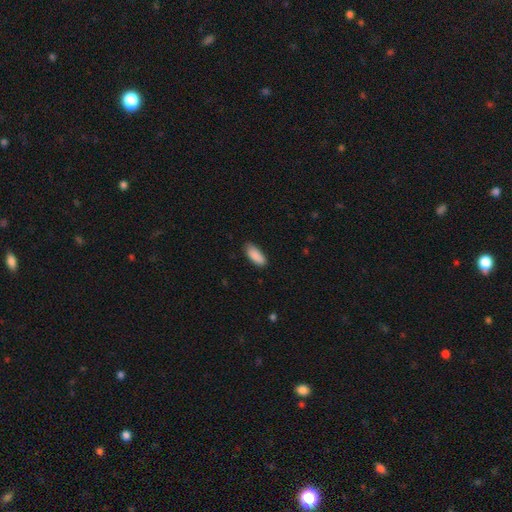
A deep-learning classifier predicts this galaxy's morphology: The model was most divided on "how rounded": in between: 82%, cigar-shaped: 16%, round: 2%. More confident: smooth or featured — smooth (90%); merging — none (82%).